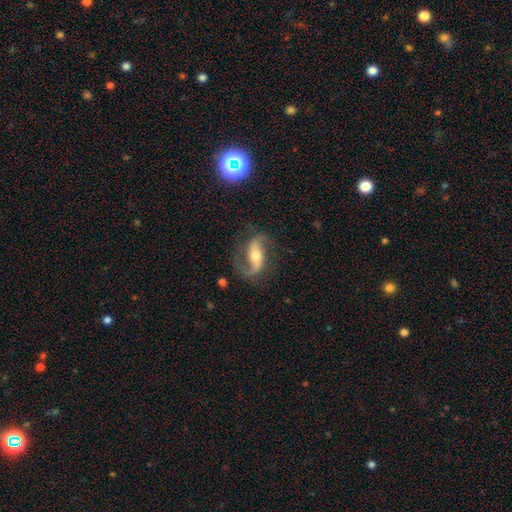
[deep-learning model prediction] Smooth or featured?
  - featured or disk: 86% *
  - smooth: 8%
  - star or artifact: 6%
Edge-on disk?
  - no: 95% *
  - yes: 5%
Bar?
  - strong: 39% *
  - weak: 31%
  - no: 30%
Spiral arms?
  - yes: 96% *
  - no: 4%
Spiral winding?
  - loose: 58% *
  - medium: 33%
  - tight: 9%
Spiral arm count?
  - 2: 87% *
  - 1: 8%
  - can't tell: 2%
  - 3: 1%
  - 4: 1%
  - more than 4: 1%
Bulge size?
  - moderate: 58% *
  - small: 34%
  - large: 5%
  - none: 2%
  - dominant: 1%
Merging?
  - none: 74% *
  - minor disturbance: 14%
  - major disturbance: 10%
  - merger: 2%